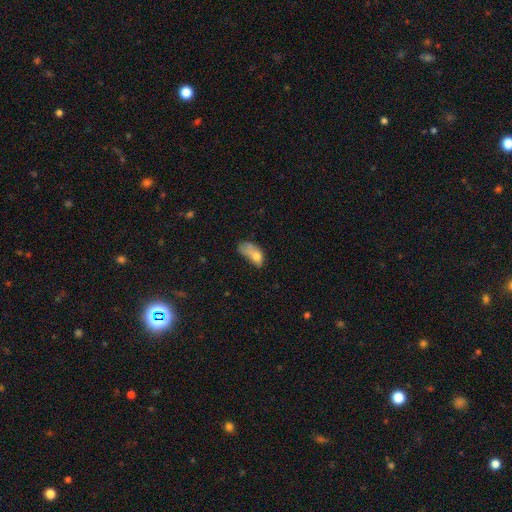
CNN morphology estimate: Overall: smooth (66%). How rounded: in between (86%). Merging: major disturbance (43%; minor disturbance 26%).